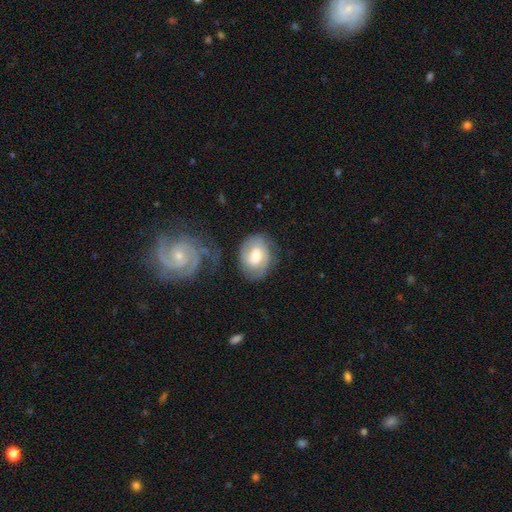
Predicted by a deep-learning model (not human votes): A featured or disk galaxy (54%) with no bar (46%), spiral arms (85%) and a moderate central bulge (58%).

Vote fractions:
- Smooth or featured? featured or disk: 54% / smooth: 39% / star or artifact: 7%
- Edge-on disk? no: 96% / yes: 4%
- Bar? no: 46% / weak: 43% / strong: 11%
- Spiral arms? yes: 85% / no: 15%
- Bulge size? moderate: 58% / large: 23% / small: 14% / none: 3% / dominant: 2%
- Merging? none: 61% / minor disturbance: 22% / major disturbance: 11% / merger: 7%